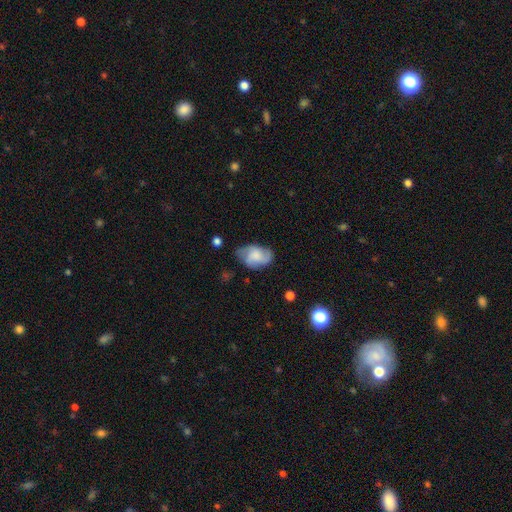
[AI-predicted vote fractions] This is possibly a featured or disk galaxy (51%). It is clearly not viewed edge-on (97%). Merging: likely none (61%).